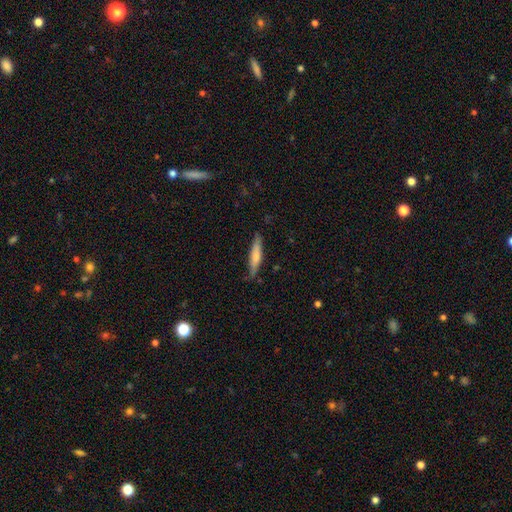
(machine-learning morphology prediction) Overall: smooth (64%; featured or disk 31%). How rounded: cigar-shaped (86%). Merging: none (79%).